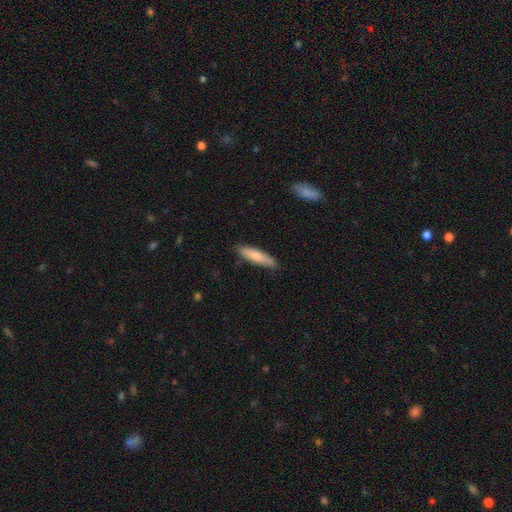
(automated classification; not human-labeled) Morphology: type=smooth (79%); roundness=cigar-shaped (75%); merging=none (85%).